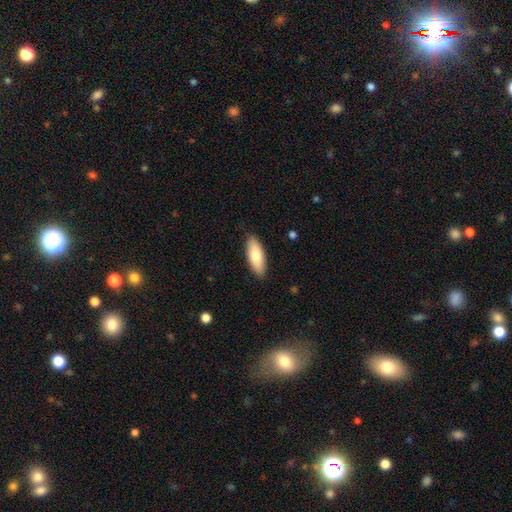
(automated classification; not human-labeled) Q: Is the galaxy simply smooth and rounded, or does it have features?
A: smooth — 78%.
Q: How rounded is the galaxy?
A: in between — 72%.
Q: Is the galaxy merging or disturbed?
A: none — 88%.